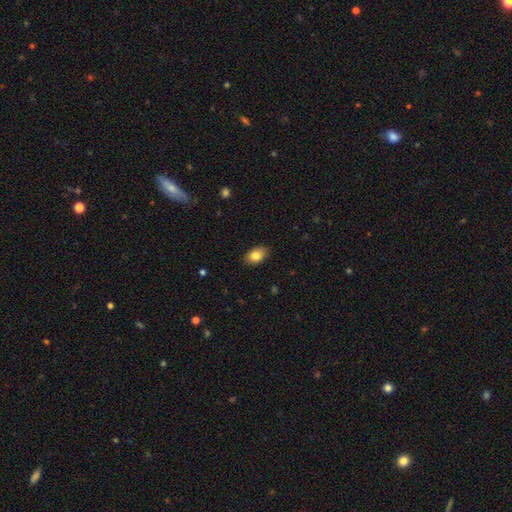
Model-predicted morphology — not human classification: A smooth galaxy with no disk features (84%) that is in between round and cigar-shaped (87%). Merging: none (86%).